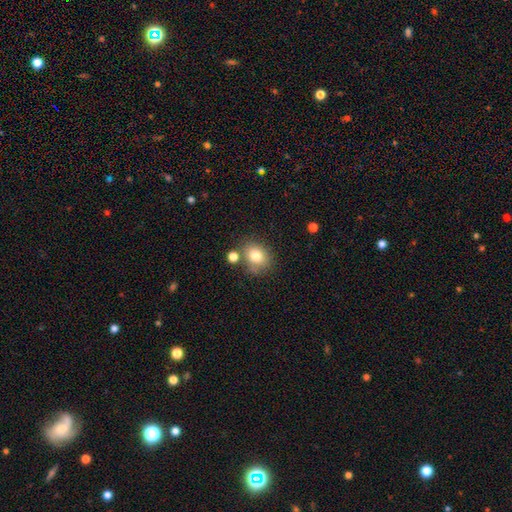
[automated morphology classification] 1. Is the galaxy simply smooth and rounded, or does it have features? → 79% smooth, 11% star or artifact, 10% featured or disk.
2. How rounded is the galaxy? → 54% round, 45% in between, 1% cigar-shaped.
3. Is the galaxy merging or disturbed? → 67% none, 15% minor disturbance, 13% merger, 5% major disturbance.